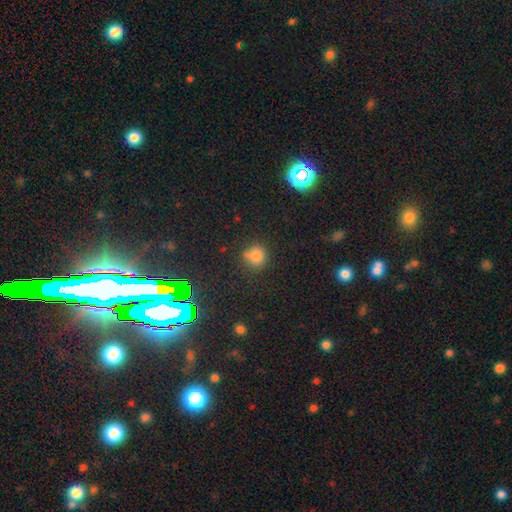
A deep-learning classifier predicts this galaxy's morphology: Smooth or featured?
  - smooth: 77% *
  - star or artifact: 17%
  - featured or disk: 6%
How rounded?
  - round: 88% *
  - in between: 11%
  - cigar-shaped: 1%
Merging?
  - none: 71% *
  - minor disturbance: 16%
  - merger: 8%
  - major disturbance: 5%